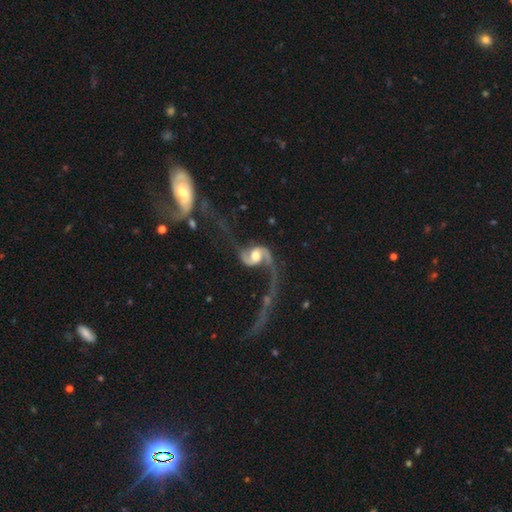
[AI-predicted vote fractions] This appears to be a featured or disk galaxy (90%) with no bar (44%), 2 (92%) loose (71%) spiral arms (96%) and a moderate central bulge (63%). Merging: none (38%).